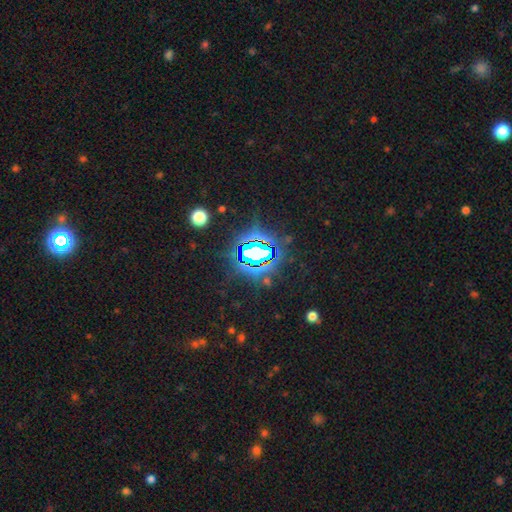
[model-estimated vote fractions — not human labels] Smooth or featured? star or artifact (79%)